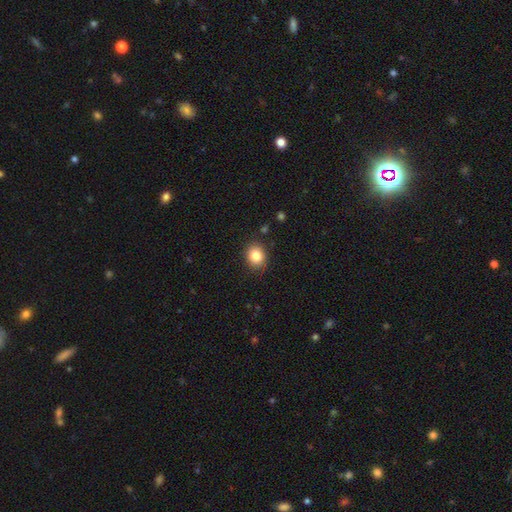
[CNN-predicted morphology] A smooth galaxy with no disk features (83%) that is round (63%). Merging: none (87%).